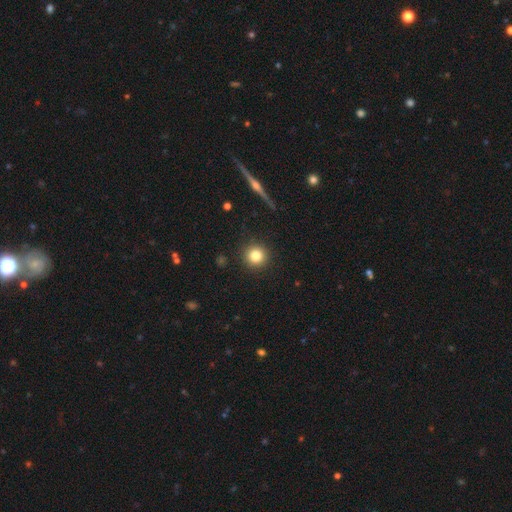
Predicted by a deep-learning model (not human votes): This appears to be a smooth galaxy with no disk features (82%) that is round (95%). Merging: none (91%).